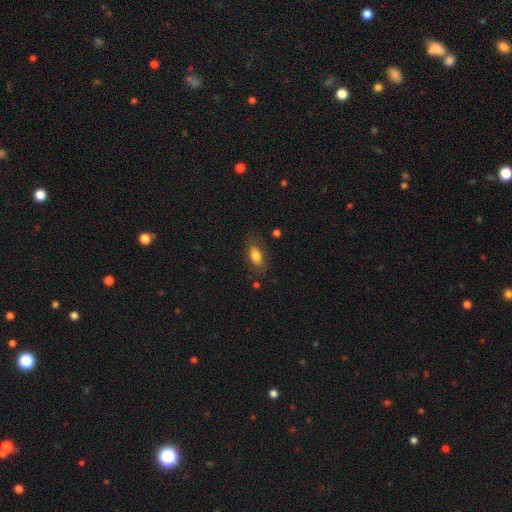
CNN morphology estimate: smooth-or-featured: smooth: 80% | featured or disk: 12% | star or artifact: 8%
  how-rounded: in between: 87% | cigar-shaped: 7% | round: 6%
  merging: none: 78% | minor disturbance: 15% | major disturbance: 5% | merger: 2%